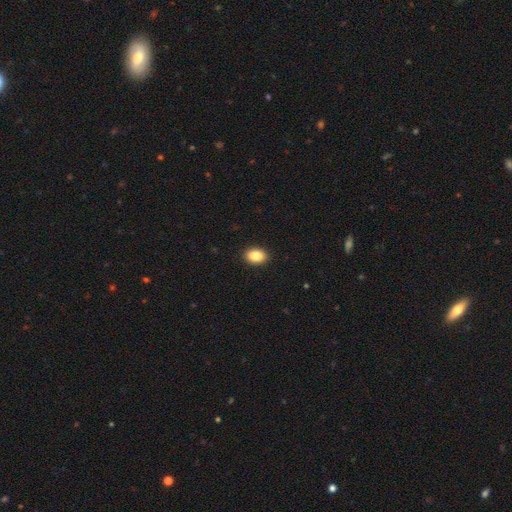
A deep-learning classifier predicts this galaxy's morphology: A smooth galaxy with no disk features (87%) that is in between round and cigar-shaped (78%).

Vote fractions:
- Smooth or featured? smooth: 87% / star or artifact: 8% / featured or disk: 5%
- How rounded? in between: 78% / round: 21% / cigar-shaped: 1%
- Merging? none: 91% / minor disturbance: 6% / major disturbance: 2% / merger: 1%